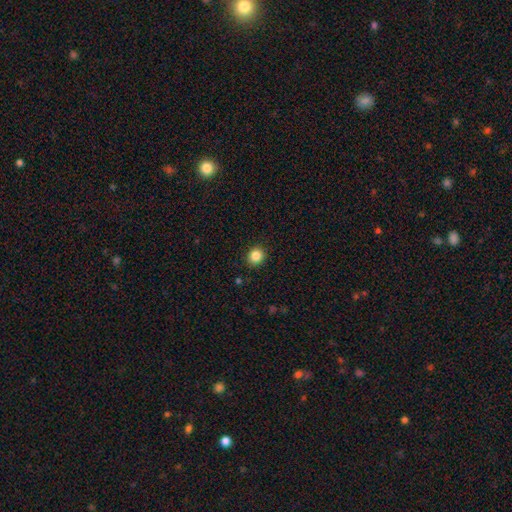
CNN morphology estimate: A smooth galaxy with no disk features (86%) that is round (84%). Merging: none (91%).